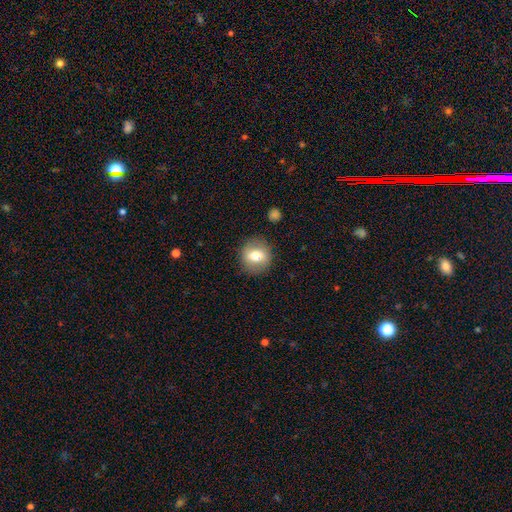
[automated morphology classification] This is likely a smooth galaxy (69%). How rounded: clearly round (83%). Merging: clearly none (87%).